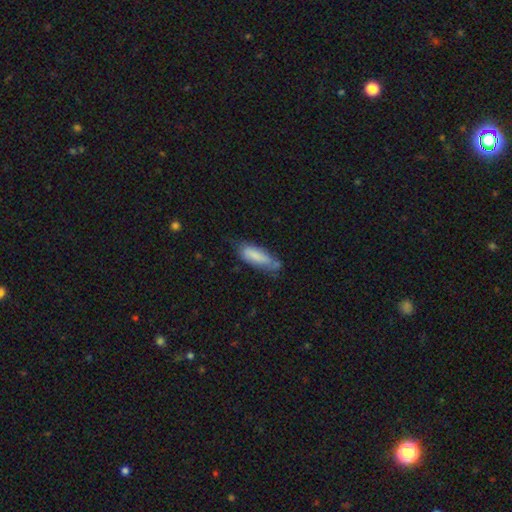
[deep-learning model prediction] A smooth galaxy with no disk features (80%) that is in between round and cigar-shaped (54%). Merging: none (51%).